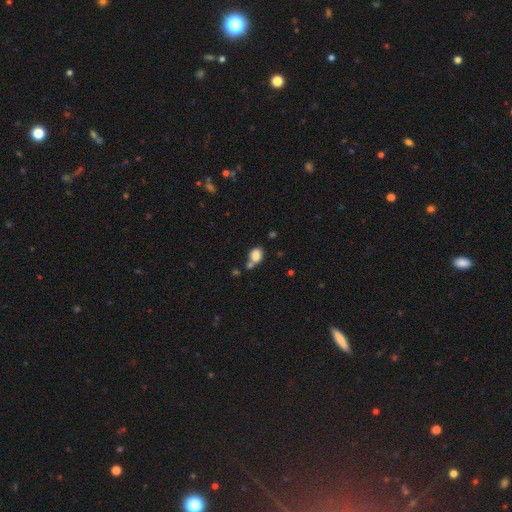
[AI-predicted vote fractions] Q: Smooth or featured?
A: smooth (83%); runner-up: star or artifact (10%)
Q: How rounded?
A: in between (58%); runner-up: round (41%)
Q: Merging?
A: none (44%); runner-up: merger (34%)